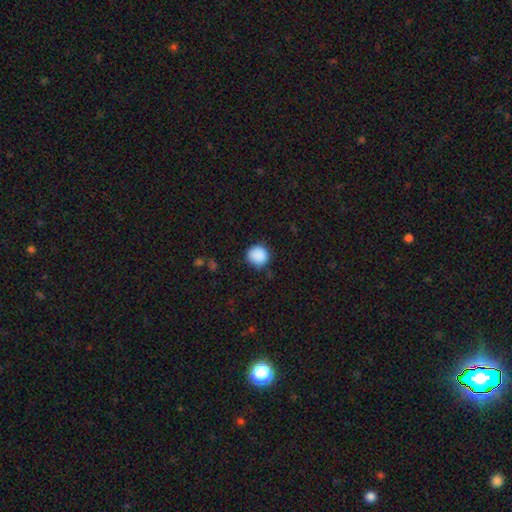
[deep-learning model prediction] Morphology: type=smooth (89%); roundness=round (92%); merging=none (82%).